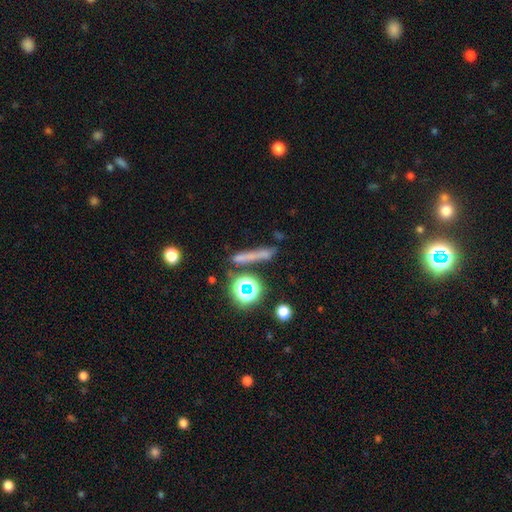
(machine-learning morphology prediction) Smooth or featured?
  - smooth: 52% *
  - star or artifact: 27%
  - featured or disk: 21%
How rounded?
  - cigar-shaped: 75% *
  - round: 16%
  - in between: 9%
Merging?
  - none: 70% *
  - minor disturbance: 14%
  - merger: 9%
  - major disturbance: 7%